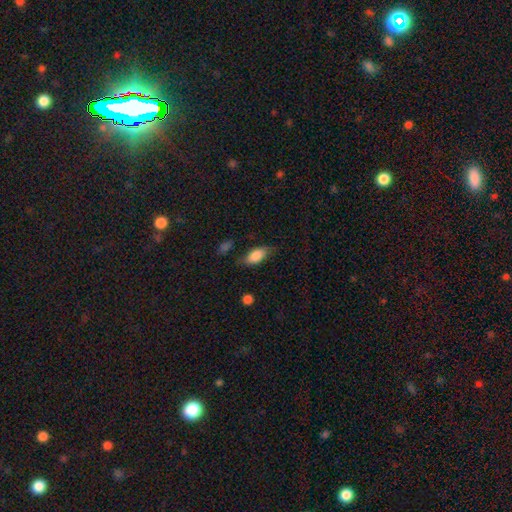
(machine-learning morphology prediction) Smooth or featured? Predicted: smooth (p=0.79). How rounded? Predicted: in between (p=0.89). Merging? Predicted: none (p=0.66).